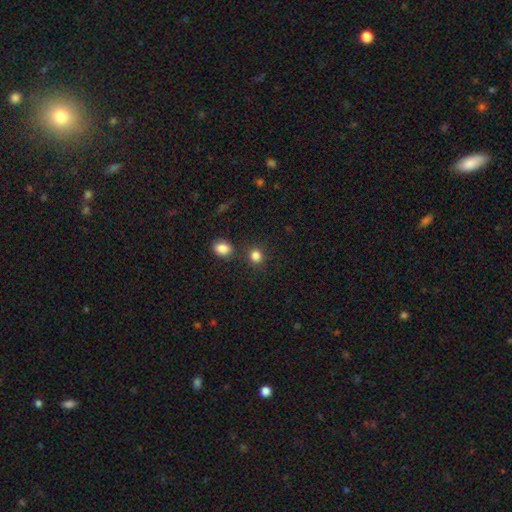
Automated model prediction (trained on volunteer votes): Morphology: type=smooth (84%); roundness=round (80%); merging=none (78%).